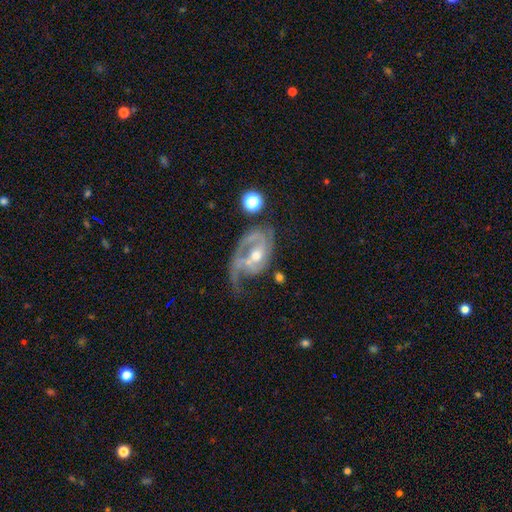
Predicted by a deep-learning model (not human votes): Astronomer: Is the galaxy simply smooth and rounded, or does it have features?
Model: featured or disk — 85%.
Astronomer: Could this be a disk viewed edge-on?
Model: no — 97%.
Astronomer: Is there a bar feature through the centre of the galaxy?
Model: no — 44% (runner-up: weak, 41%).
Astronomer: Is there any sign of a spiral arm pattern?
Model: yes — 93%.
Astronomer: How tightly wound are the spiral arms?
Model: medium — 45% (runner-up: tight, 29%).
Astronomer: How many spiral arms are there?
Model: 2 — 49% (runner-up: 1, 25%).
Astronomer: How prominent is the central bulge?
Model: moderate — 64%.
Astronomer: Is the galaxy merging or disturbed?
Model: major disturbance — 36% (runner-up: none, 33%).